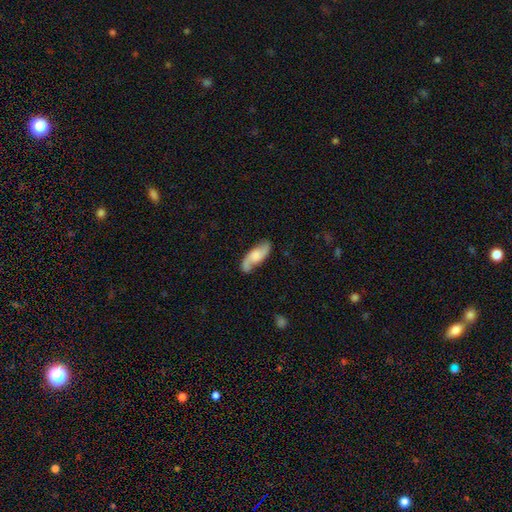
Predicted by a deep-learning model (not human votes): Smooth or featured? featured or disk (70%)
Edge-on disk? no (89%)
Bar? no (58%)
Spiral arms? yes (94%)
Spiral winding? loose (48%)
Spiral arm count? 2 (90%)
Bulge size? none (28%, tied with moderate)
Merging? none (77%)